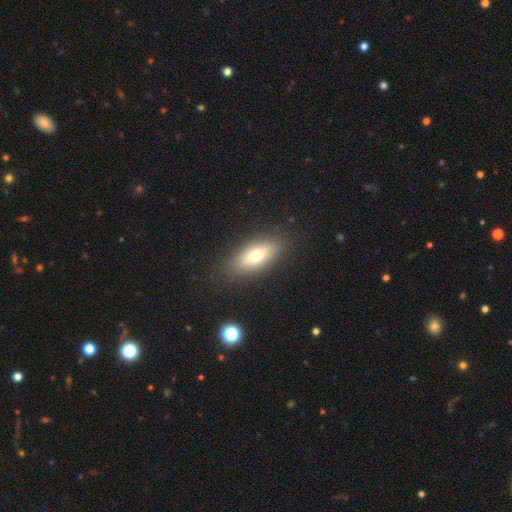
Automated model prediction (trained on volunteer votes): smooth 67%, featured or disk 25%, star or artifact 9%. Down the decision tree: how rounded — in between (77%); merging — none (85%).